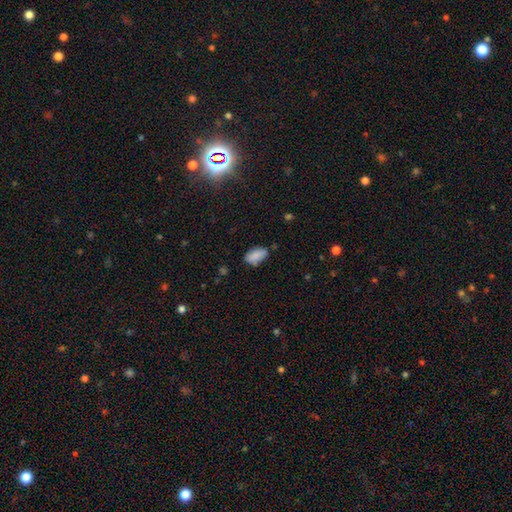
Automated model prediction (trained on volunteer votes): Smooth or featured? Predicted: smooth (p=0.85). How rounded? Predicted: in between (p=0.93). Merging? Predicted: none (p=0.68).